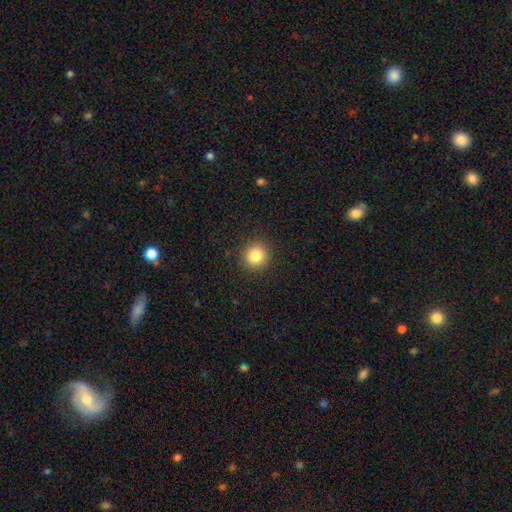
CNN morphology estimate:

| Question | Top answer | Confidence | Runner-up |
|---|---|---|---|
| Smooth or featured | smooth | 84% | star or artifact (11%) |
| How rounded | round | 91% | in between (8%) |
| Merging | none | 91% | minor disturbance (6%) |